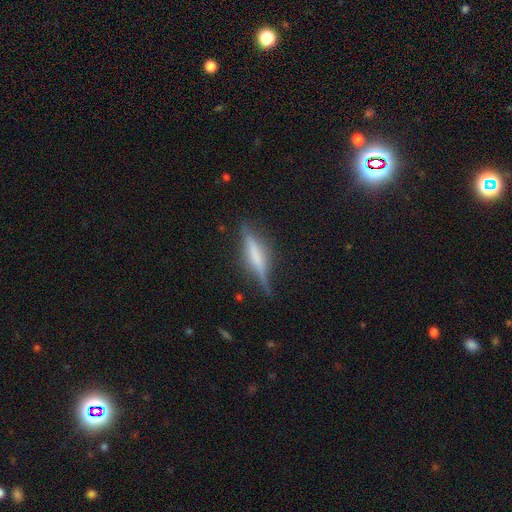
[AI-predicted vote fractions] Q: Smooth or featured?
A: featured or disk (59%); runner-up: smooth (33%)
Q: Edge-on disk?
A: yes (94%); runner-up: no (6%)
Q: Edge-on bulge?
A: none (36%); runner-up: rounded (32%)
Q: Merging?
A: none (75%); runner-up: minor disturbance (18%)